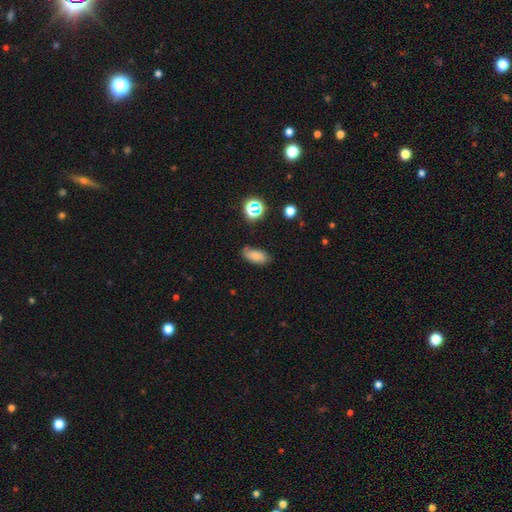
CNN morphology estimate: Overall: smooth (75%). How rounded: in between (86%). Merging: none (71%).